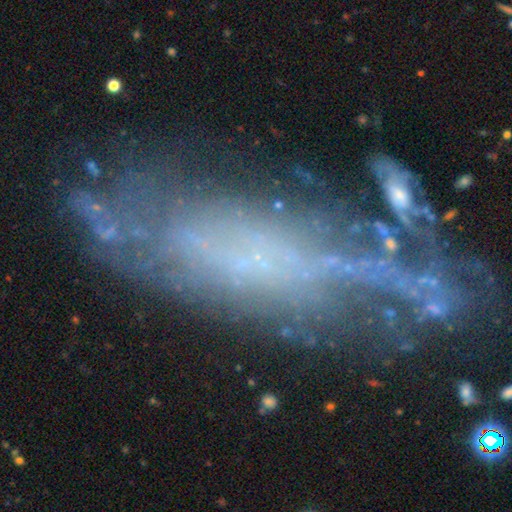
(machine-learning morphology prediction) smooth_or_featured: featured or disk (p=0.58) [alt: smooth p=0.26]
disk_edge_on: no (p=0.68) [alt: yes p=0.32]
merging: none (p=0.44) [alt: major disturbance p=0.27]